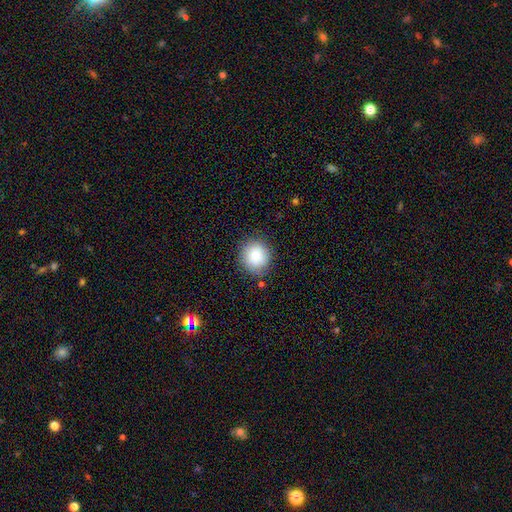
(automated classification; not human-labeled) smooth-or-featured: smooth: 84% | star or artifact: 9% | featured or disk: 7%
  how-rounded: round: 89% | in between: 10% | cigar-shaped: 1%
  merging: none: 82% | minor disturbance: 13% | major disturbance: 3% | merger: 2%